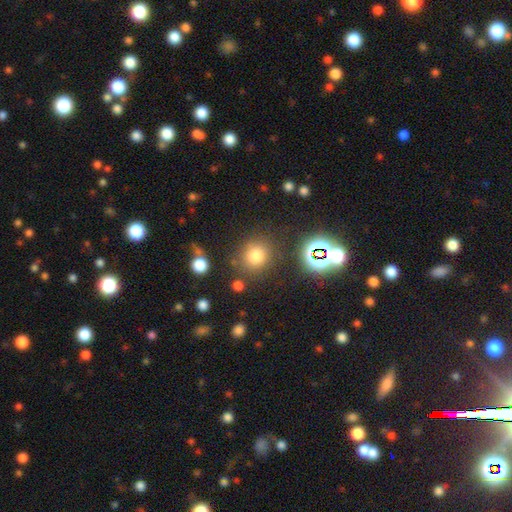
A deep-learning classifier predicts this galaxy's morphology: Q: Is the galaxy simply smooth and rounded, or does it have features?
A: smooth — 75%.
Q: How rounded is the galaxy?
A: round — 85%.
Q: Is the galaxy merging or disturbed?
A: none — 79%.